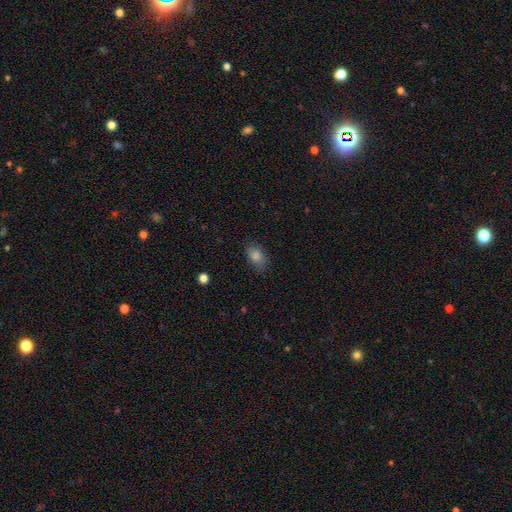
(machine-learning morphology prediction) Q: Smooth or featured?
A: smooth (81%); runner-up: star or artifact (11%)
Q: How rounded?
A: in between (82%); runner-up: round (17%)
Q: Merging?
A: none (78%); runner-up: minor disturbance (17%)